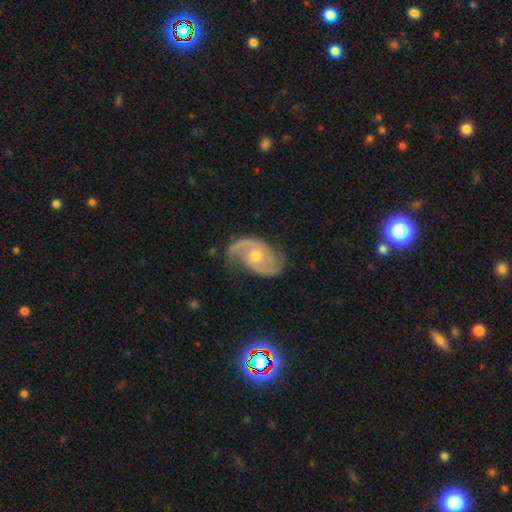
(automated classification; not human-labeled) This appears to be a featured or disk galaxy (86%) with no bar (70%), 2 (83%) medium (47%) spiral arms (96%) and a moderate central bulge (49%). Merging: none (69%).